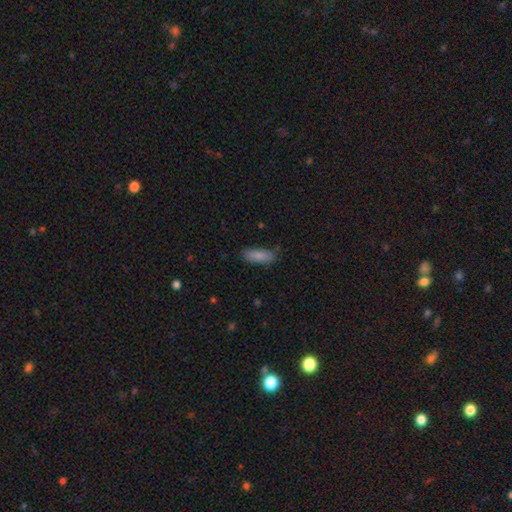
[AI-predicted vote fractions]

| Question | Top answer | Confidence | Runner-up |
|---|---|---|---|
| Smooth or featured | smooth | 78% | featured or disk (12%) |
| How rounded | in between | 60% | cigar-shaped (37%) |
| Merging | none | 78% | minor disturbance (17%) |